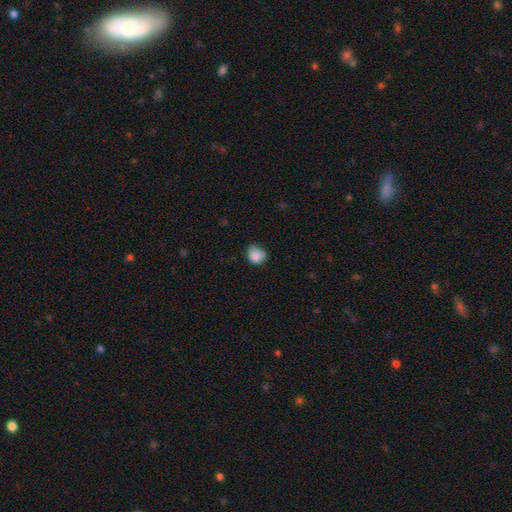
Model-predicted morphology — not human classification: Overall: smooth (85%). How rounded: round (70%). Merging: none (57%; minor disturbance 34%).